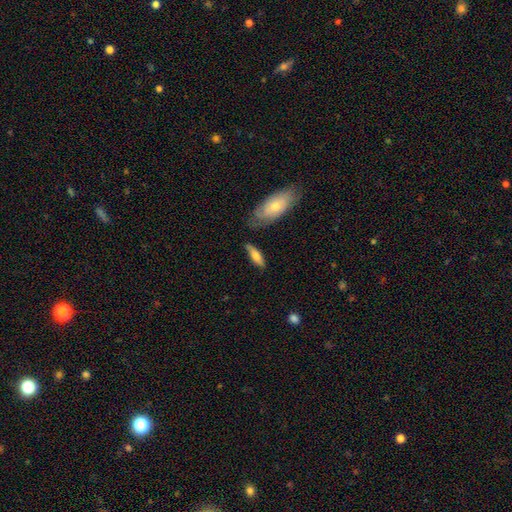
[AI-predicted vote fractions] smooth-or-featured: smooth: 67% | featured or disk: 27% | star or artifact: 7%
  how-rounded: in between: 56% | cigar-shaped: 42% | round: 3%
  merging: none: 64% | minor disturbance: 23% | major disturbance: 7% | merger: 6%